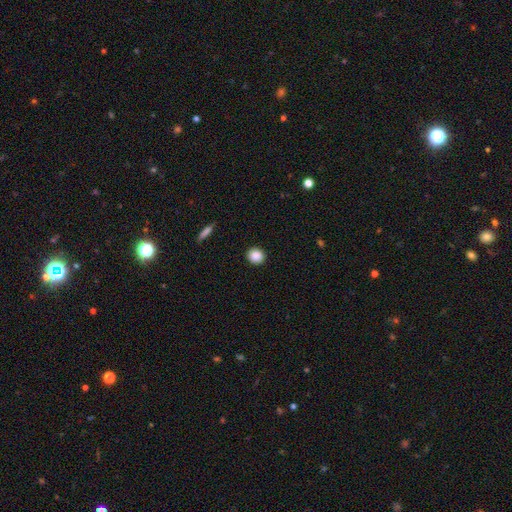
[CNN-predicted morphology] smooth 88%, star or artifact 9%, featured or disk 3%. Down the decision tree: how rounded — round (85%); merging — none (92%).